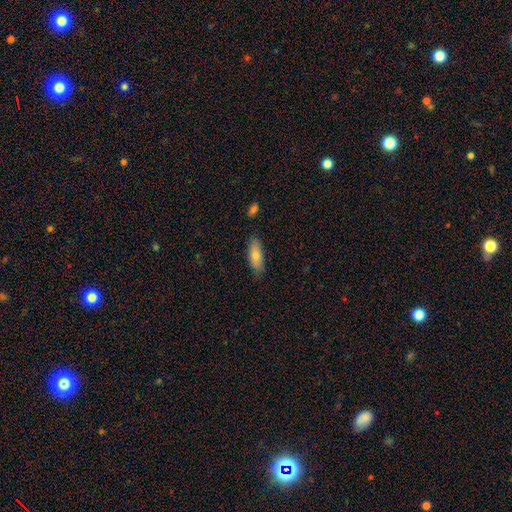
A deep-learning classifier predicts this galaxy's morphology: smooth 76%, featured or disk 18%, star or artifact 6%. Down the decision tree: how rounded — in between (71%); merging — none (81%).